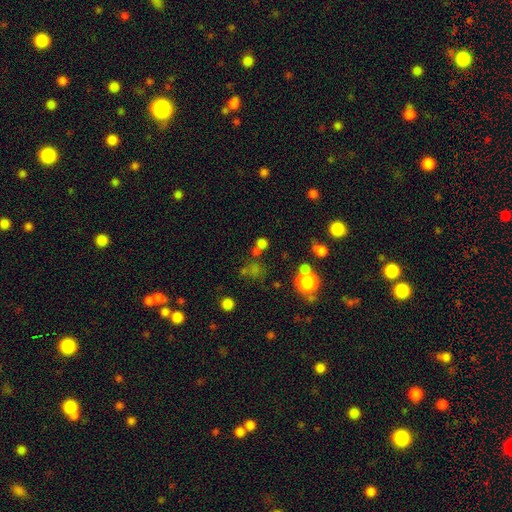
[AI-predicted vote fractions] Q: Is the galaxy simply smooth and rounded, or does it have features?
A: star or artifact — 52%.